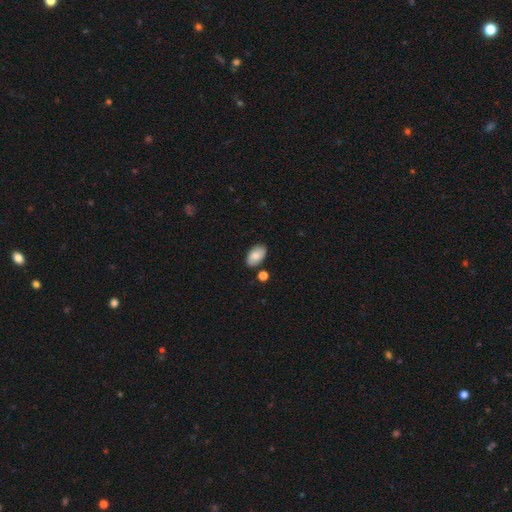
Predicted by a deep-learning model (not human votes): A smooth galaxy with no disk features (72%) that is in between round and cigar-shaped (93%).

Vote fractions:
- Smooth or featured? smooth: 72% / featured or disk: 21% / star or artifact: 8%
- How rounded? in between: 93% / round: 6% / cigar-shaped: 1%
- Merging? none: 81% / minor disturbance: 12% / merger: 4% / major disturbance: 3%